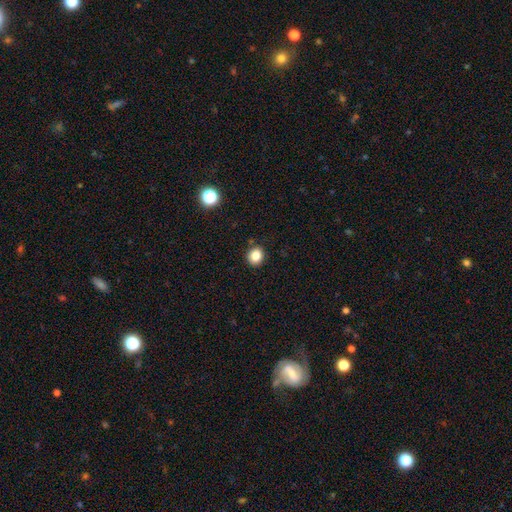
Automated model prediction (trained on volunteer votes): Morphology: type=smooth (83%); roundness=round (79%); merging=none (88%).